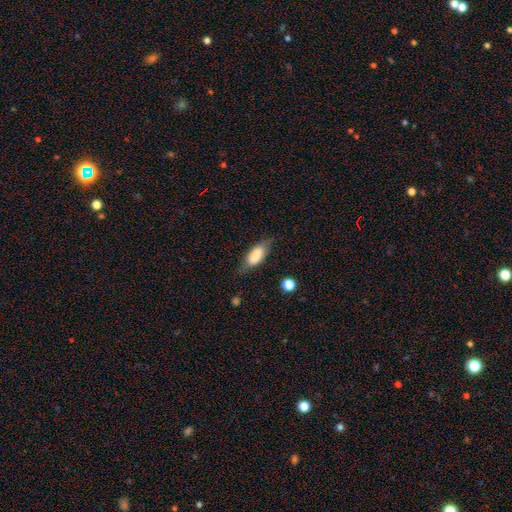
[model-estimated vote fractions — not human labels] This is likely a smooth galaxy (77%). How rounded: likely in between (77%). Merging: likely none (66%).